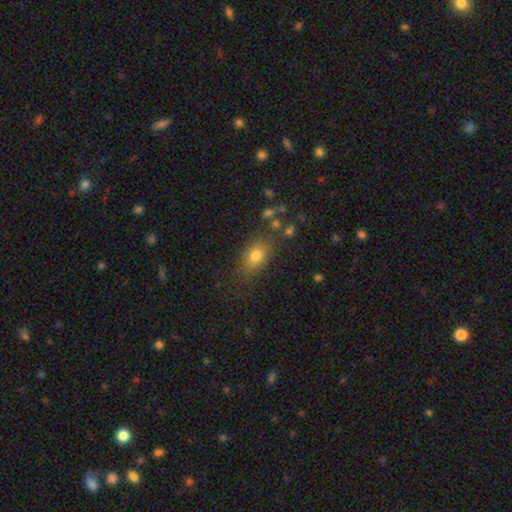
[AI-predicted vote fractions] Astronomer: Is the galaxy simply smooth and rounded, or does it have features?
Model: smooth — 78%.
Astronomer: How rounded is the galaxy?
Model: in between — 76%.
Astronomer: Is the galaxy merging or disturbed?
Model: none — 75%.